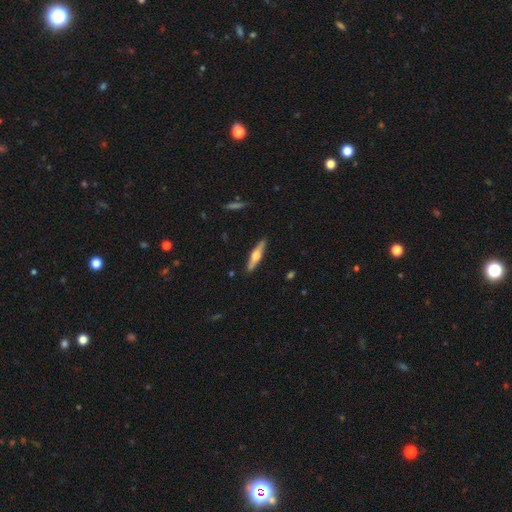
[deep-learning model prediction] Smooth or featured? featured or disk (53%)
Edge-on disk? yes (94%)
Merging? none (89%)